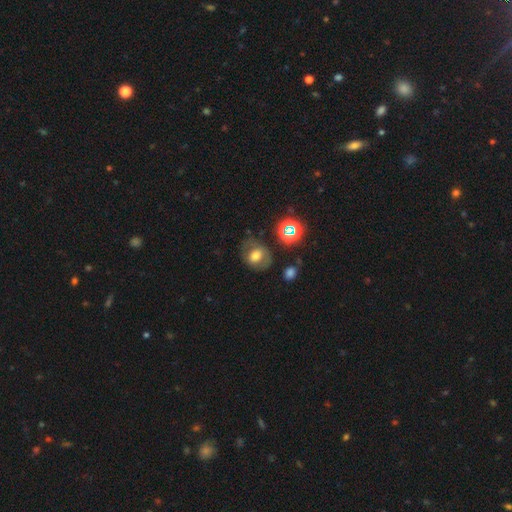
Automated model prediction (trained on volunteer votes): Smooth or featured? smooth (55%)
How rounded? round (56%)
Merging? none (65%)